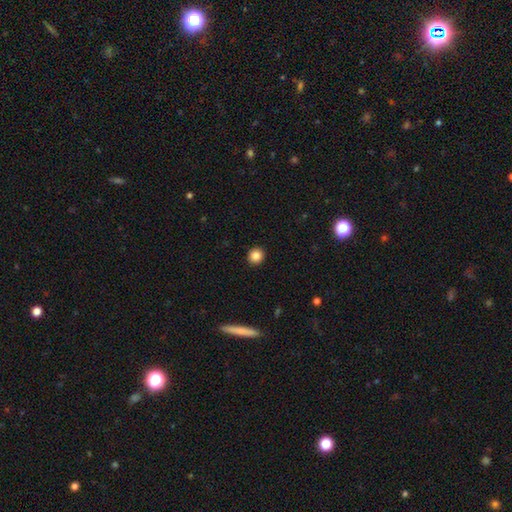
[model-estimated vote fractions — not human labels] The model was most divided on "smooth or featured": smooth: 85%, star or artifact: 10%, featured or disk: 5%. More confident: merging — none (93%); how rounded — round (89%).